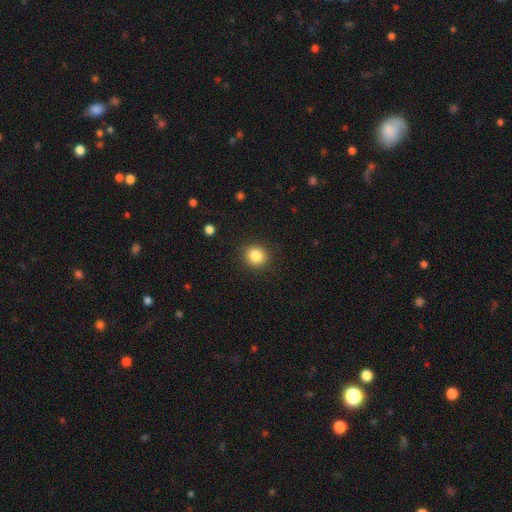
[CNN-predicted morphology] Smooth or featured? Predicted: smooth (p=0.85). How rounded? Predicted: round (p=0.87). Merging? Predicted: none (p=0.90).